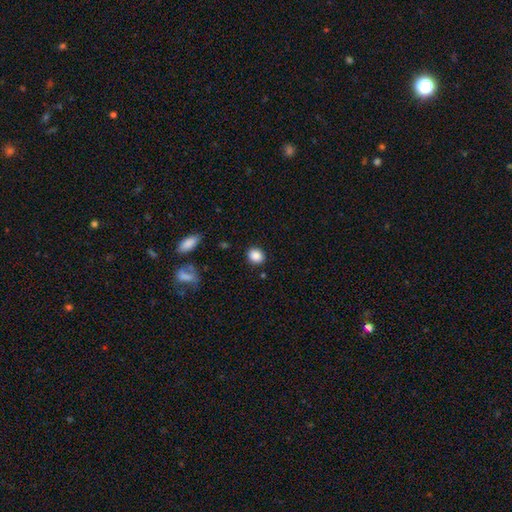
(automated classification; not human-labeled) Smooth or featured: smooth — 87% (star or artifact — 9%)
How rounded: round — 61% (in between — 38%)
Merging: none — 87% (minor disturbance — 9%)